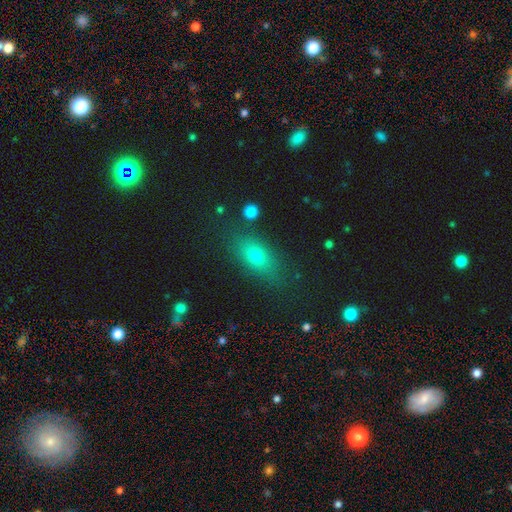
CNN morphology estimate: smooth 72%, featured or disk 16%, star or artifact 13%. Down the decision tree: how rounded — in between (75%); merging — none (79%).